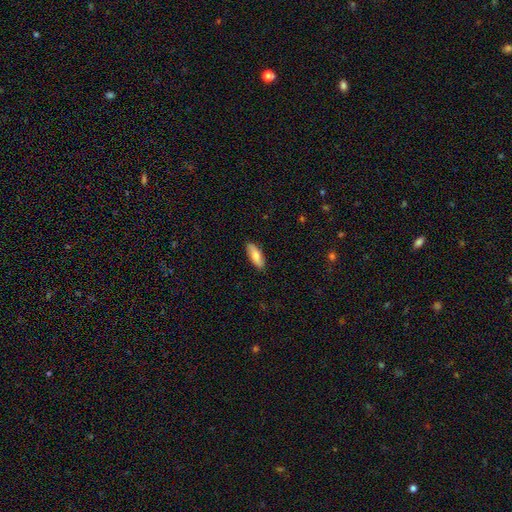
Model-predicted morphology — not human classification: Q: Smooth or featured?
A: smooth (80%); runner-up: featured or disk (14%)
Q: How rounded?
A: in between (68%); runner-up: cigar-shaped (30%)
Q: Merging?
A: none (87%); runner-up: minor disturbance (10%)